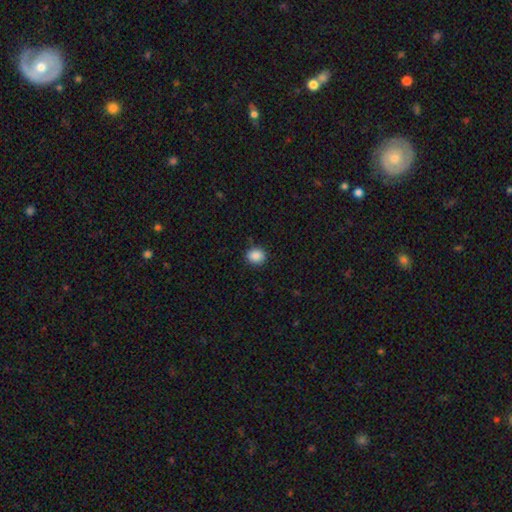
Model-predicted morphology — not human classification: smooth_or_featured: smooth (p=0.88) [alt: star or artifact p=0.09]
how_rounded: round (p=0.71) [alt: in between p=0.28]
merging: none (p=0.88) [alt: minor disturbance p=0.09]